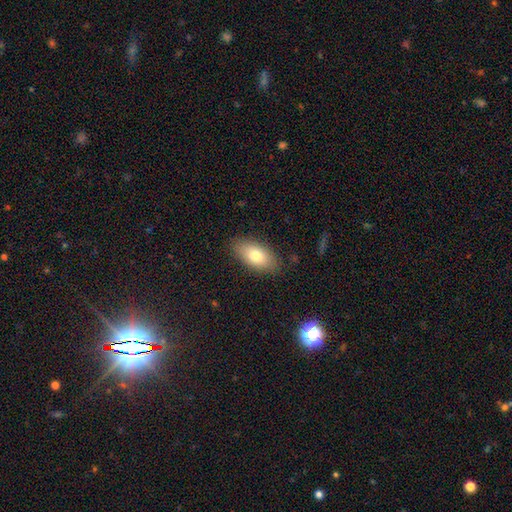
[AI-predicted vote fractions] smooth 78%, featured or disk 15%, star or artifact 7%. Down the decision tree: how rounded — in between (91%); merging — none (85%).